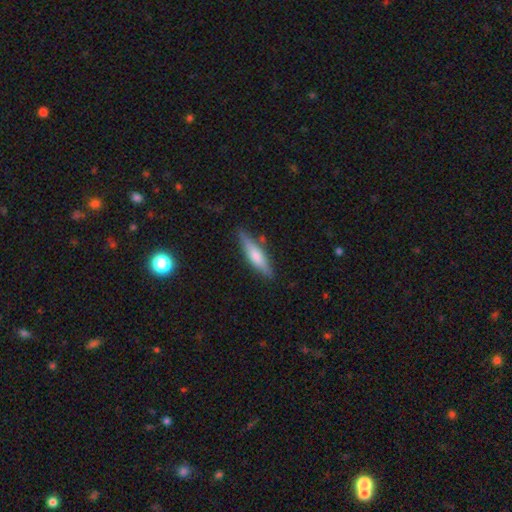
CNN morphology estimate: A smooth galaxy with no disk features (52%) that is cigar-shaped (77%).

Vote fractions:
- Smooth or featured? smooth: 52% / featured or disk: 41% / star or artifact: 6%
- How rounded? cigar-shaped: 77% / in between: 21% / round: 2%
- Merging? none: 83% / minor disturbance: 13% / major disturbance: 3% / merger: 2%